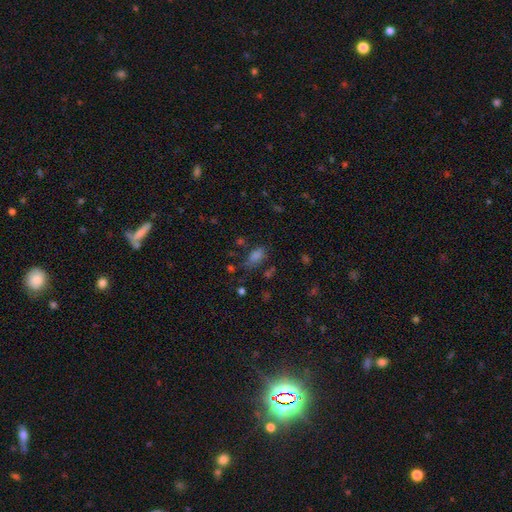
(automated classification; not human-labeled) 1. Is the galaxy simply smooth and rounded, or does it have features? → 65% smooth, 26% star or artifact, 10% featured or disk.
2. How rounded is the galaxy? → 82% in between, 11% cigar-shaped, 7% round.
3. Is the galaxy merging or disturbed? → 65% none, 20% minor disturbance, 10% major disturbance, 6% merger.